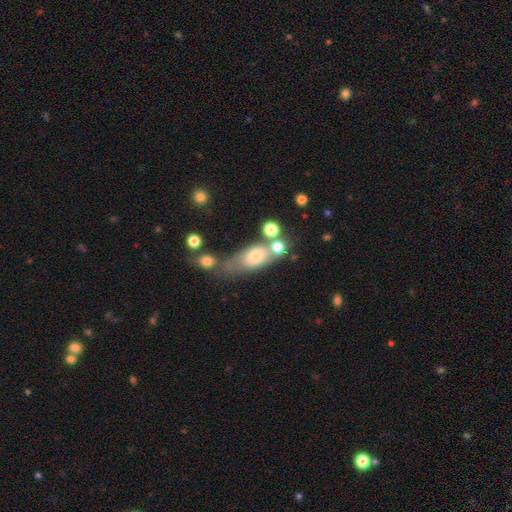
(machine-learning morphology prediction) type=smooth (62%); roundness=in between (64%); merging=none (43%).